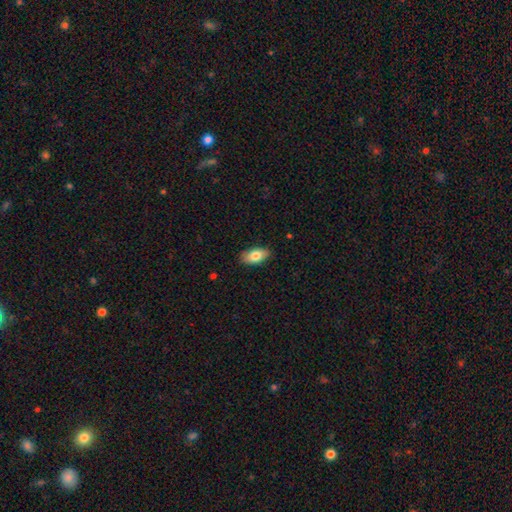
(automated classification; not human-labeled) A smooth galaxy with no disk features (80%) that is in between round and cigar-shaped (93%). Merging: none (84%).